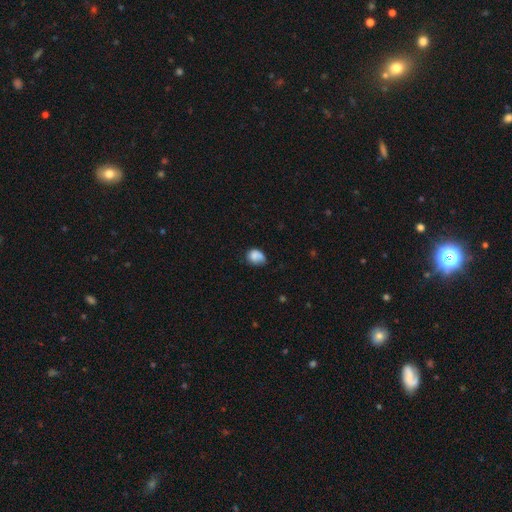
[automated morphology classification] The model was most divided on "how rounded": in between: 52%, round: 47%, cigar-shaped: 1%. Remaining: smooth or featured — smooth (76%); merging — none (43%).